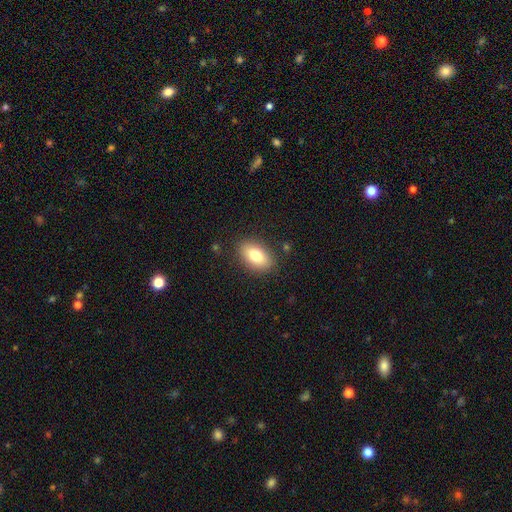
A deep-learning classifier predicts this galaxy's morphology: smooth_or_featured: smooth (p=0.79) [alt: featured or disk p=0.13]
how_rounded: in between (p=0.90) [alt: round p=0.08]
merging: none (p=0.85) [alt: minor disturbance p=0.11]